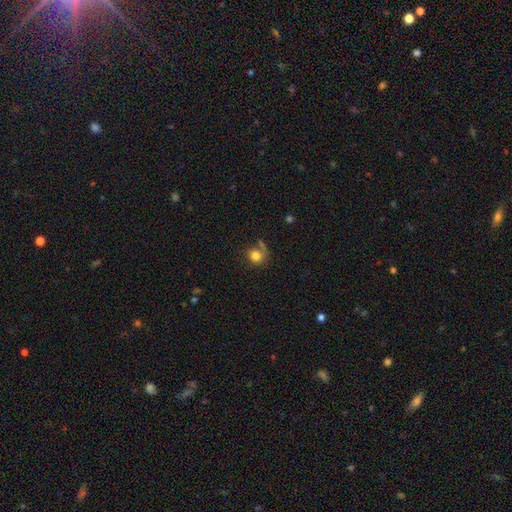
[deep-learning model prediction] Smooth or featured? Predicted: smooth (p=0.79). How rounded? Predicted: round (p=0.79). Merging? Predicted: none (p=0.57).